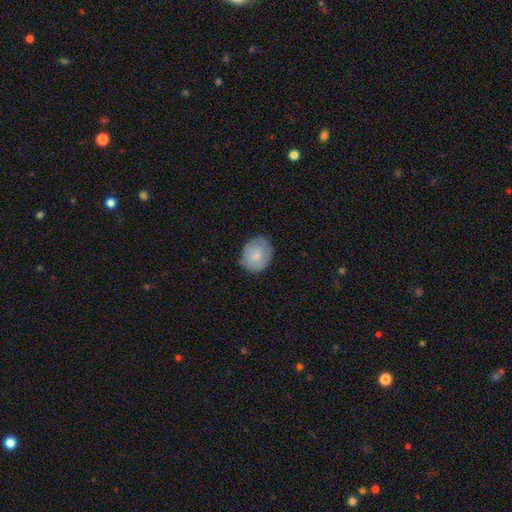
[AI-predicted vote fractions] smooth_or_featured: smooth (p=0.78) [alt: featured or disk p=0.15]
how_rounded: round (p=0.57) [alt: in between p=0.42]
merging: none (p=0.74) [alt: minor disturbance p=0.20]